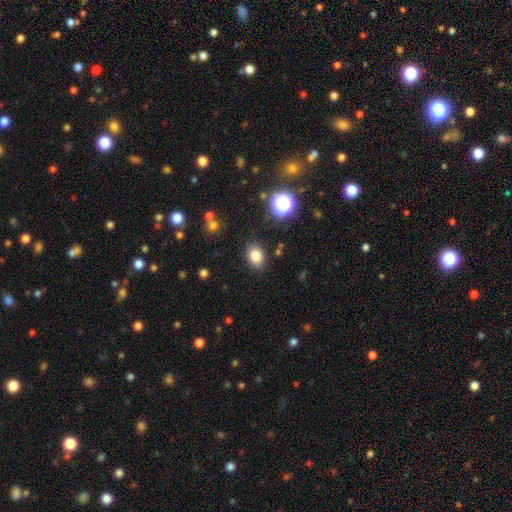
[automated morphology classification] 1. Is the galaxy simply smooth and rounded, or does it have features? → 81% smooth, 12% star or artifact, 7% featured or disk.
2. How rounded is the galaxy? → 65% in between, 34% round, 1% cigar-shaped.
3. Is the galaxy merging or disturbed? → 85% none, 10% minor disturbance, 3% major disturbance, 2% merger.